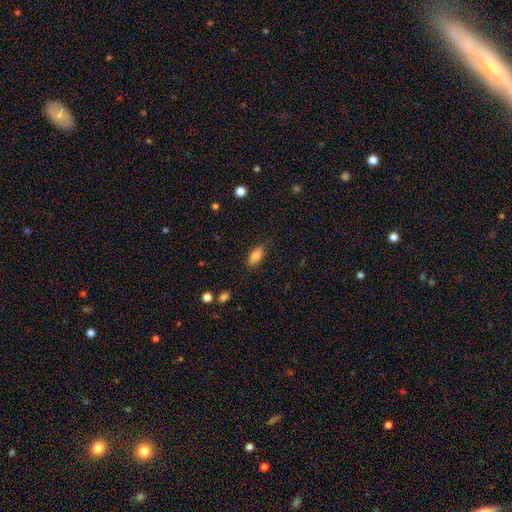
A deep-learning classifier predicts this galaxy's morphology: smooth-or-featured: smooth: 83% | featured or disk: 9% | star or artifact: 8%
  how-rounded: in between: 85% | cigar-shaped: 11% | round: 3%
  merging: none: 84% | minor disturbance: 12% | major disturbance: 3% | merger: 1%